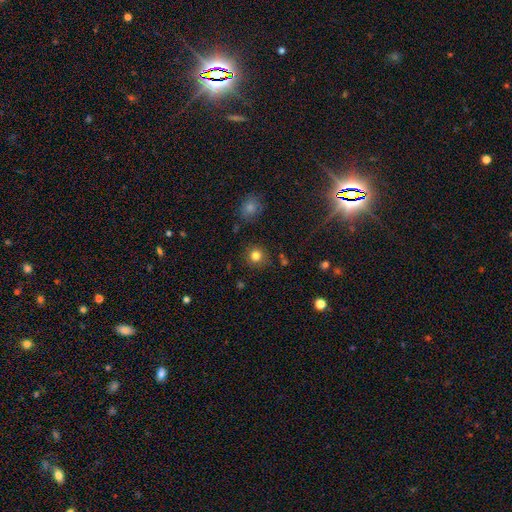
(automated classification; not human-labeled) smooth 81%, star or artifact 13%, featured or disk 6%. Down the decision tree: how rounded — round (92%); merging — none (86%).